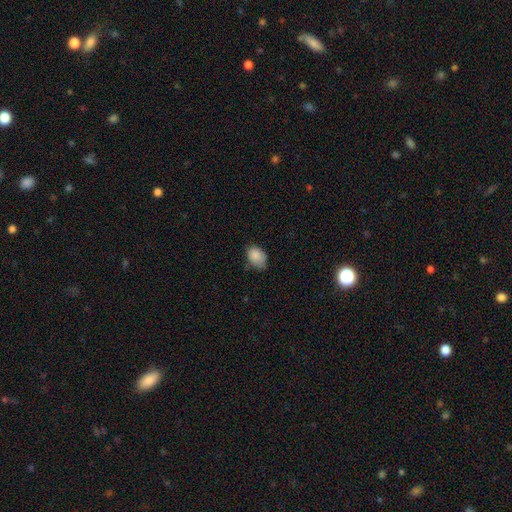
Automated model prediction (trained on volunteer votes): This appears to be a smooth galaxy with no disk features (86%) that is in between round and cigar-shaped (78%). Merging: none (56%).